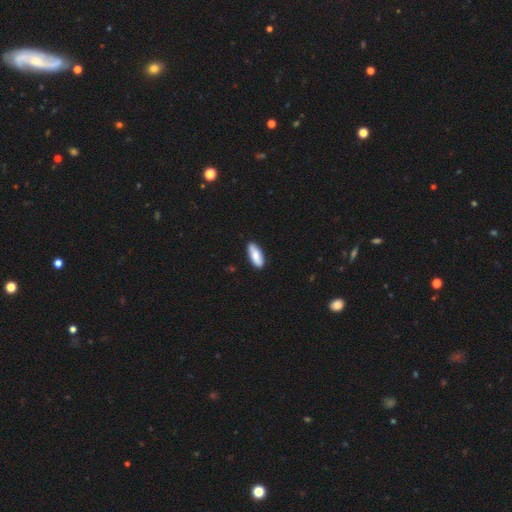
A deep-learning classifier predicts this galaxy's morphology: smooth_or_featured: smooth (p=0.82) [alt: featured or disk p=0.13]
how_rounded: in between (p=0.78) [alt: cigar-shaped p=0.20]
merging: none (p=0.86) [alt: minor disturbance p=0.11]